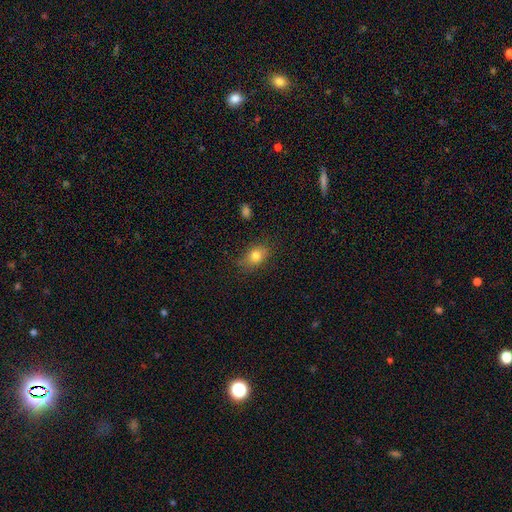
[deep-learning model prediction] smooth 81%, star or artifact 10%, featured or disk 9%. Down the decision tree: how rounded — in between (70%); merging — none (80%).